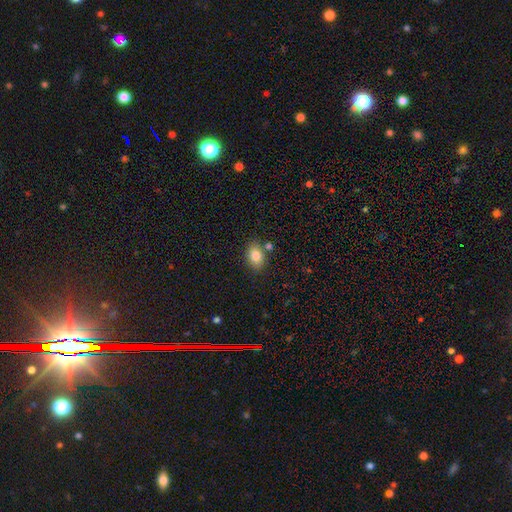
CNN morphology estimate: type=smooth (83%); roundness=in between (76%); merging=none (76%).